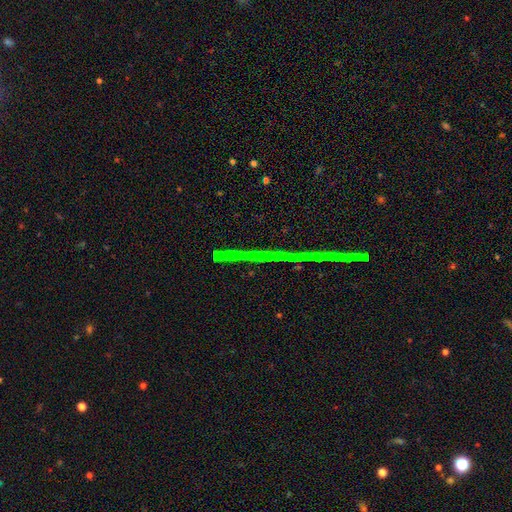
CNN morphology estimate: This is clearly a star or artifact rather than a galaxy (81%).